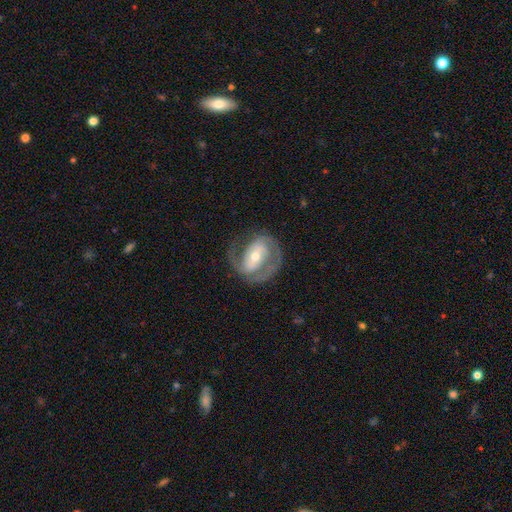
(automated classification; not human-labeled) A featured or disk galaxy (84%) with a strong bar (39%), 2 (82%) medium (45%) spiral arms (91%) and a moderate central bulge (53%). Merging: none (70%).